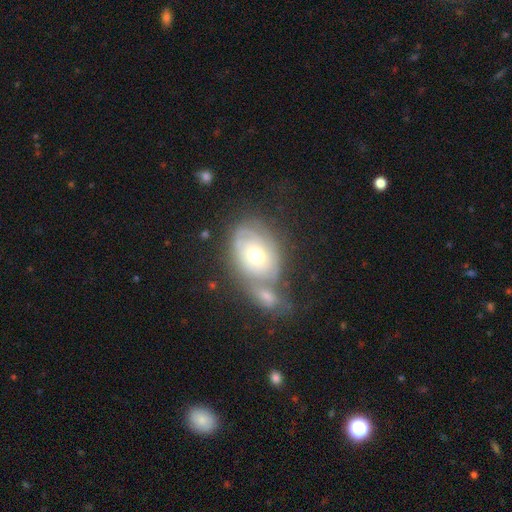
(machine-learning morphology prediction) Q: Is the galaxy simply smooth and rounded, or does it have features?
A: featured or disk — 63%.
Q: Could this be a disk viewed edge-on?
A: no — 95%.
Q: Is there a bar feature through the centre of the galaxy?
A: no — 83%.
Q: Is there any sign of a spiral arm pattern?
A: yes — 65%.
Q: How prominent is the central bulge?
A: moderate — 73%.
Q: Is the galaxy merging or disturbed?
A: merger — 43%.